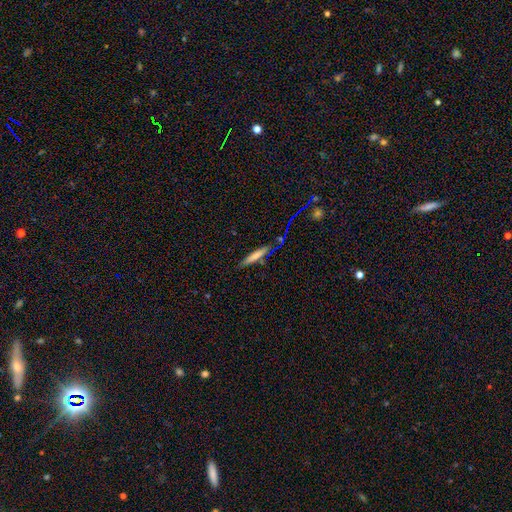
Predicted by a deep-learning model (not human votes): smooth-or-featured: smooth: 66% | featured or disk: 24% | star or artifact: 9%
  how-rounded: cigar-shaped: 90% | in between: 9% | round: 2%
  merging: none: 83% | minor disturbance: 12% | merger: 3% | major disturbance: 2%